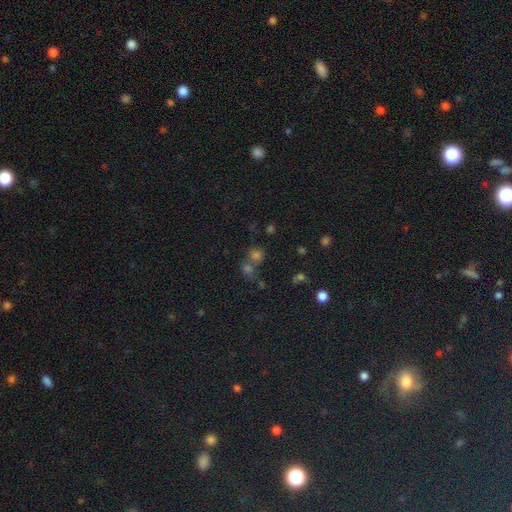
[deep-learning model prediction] Morphology: type=smooth (58%); roundness=round (77%); merging=none (47%).